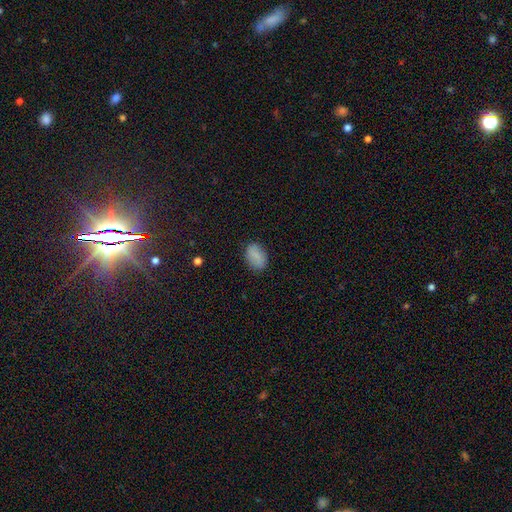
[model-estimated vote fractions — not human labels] This is clearly a smooth galaxy (81%). How rounded: clearly in between (86%). Merging: clearly none (84%).